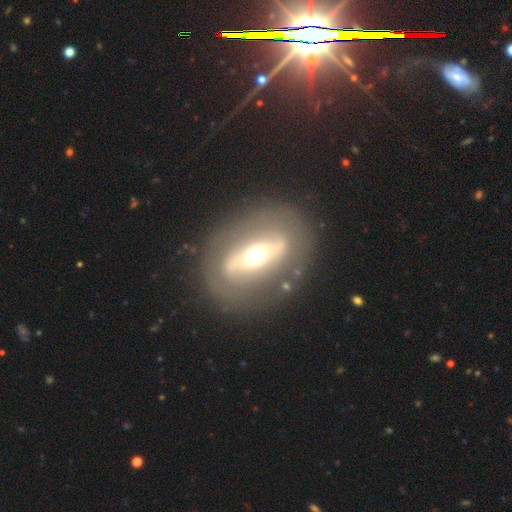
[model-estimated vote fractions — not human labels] The model was most divided on "spiral arms": no: 67%, yes: 33%. More confident: edge-on disk — no (84%); merging — none (77%); smooth or featured — featured or disk (70%); bulge size — moderate (64%); bar — strong (58%).